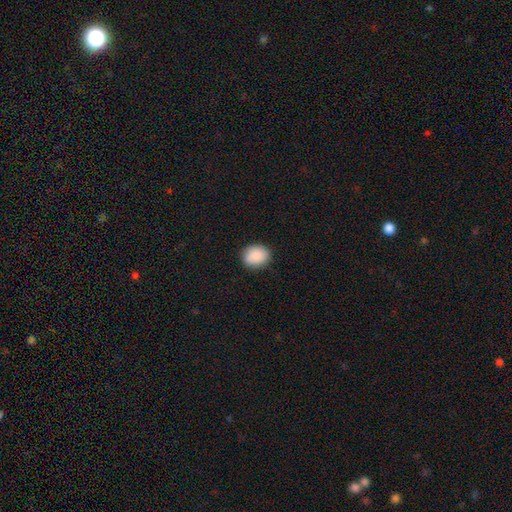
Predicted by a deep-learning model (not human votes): This appears to be a smooth galaxy with no disk features (90%) that is round (59%). Merging: none (88%).